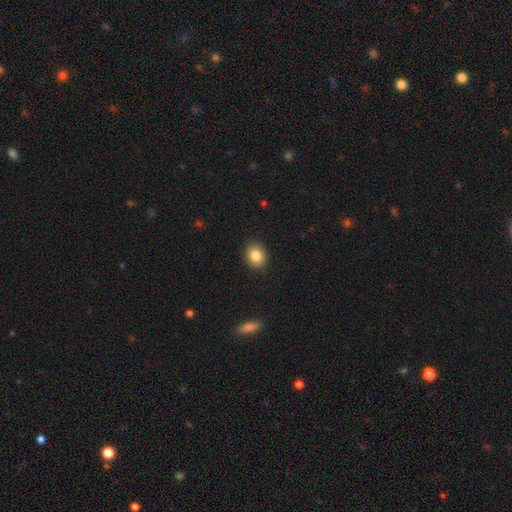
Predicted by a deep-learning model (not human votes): Morphology: type=smooth (84%); roundness=round (50%); merging=none (89%).